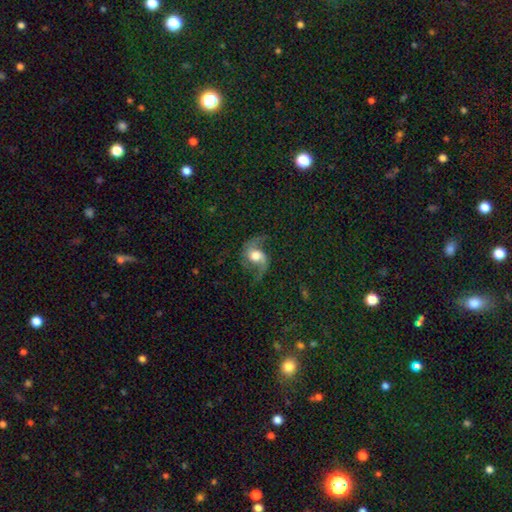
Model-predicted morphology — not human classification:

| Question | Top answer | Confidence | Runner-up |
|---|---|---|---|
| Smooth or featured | featured or disk | 80% | smooth (12%) |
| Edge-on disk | no | 97% | yes (3%) |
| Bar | no | 60% | weak (31%) |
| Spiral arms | yes | 95% | no (5%) |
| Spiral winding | loose | 61% | medium (33%) |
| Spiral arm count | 2 | 91% | 1 (3%) |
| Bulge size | large | 44% | moderate (39%) |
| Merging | none | 61% | major disturbance (19%) |